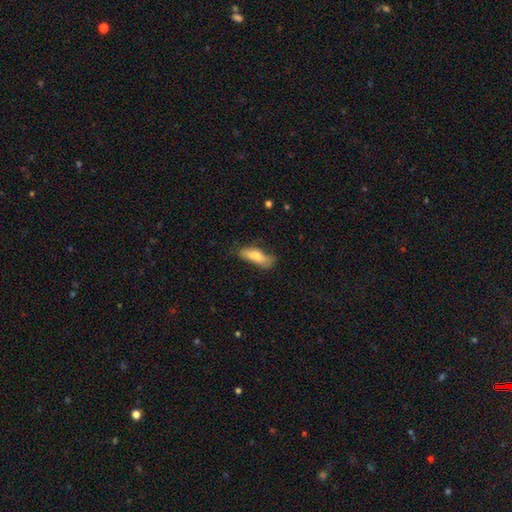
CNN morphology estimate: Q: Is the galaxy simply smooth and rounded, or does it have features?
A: smooth — 75%.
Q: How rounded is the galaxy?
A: in between — 53%.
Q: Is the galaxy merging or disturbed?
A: none — 62%.